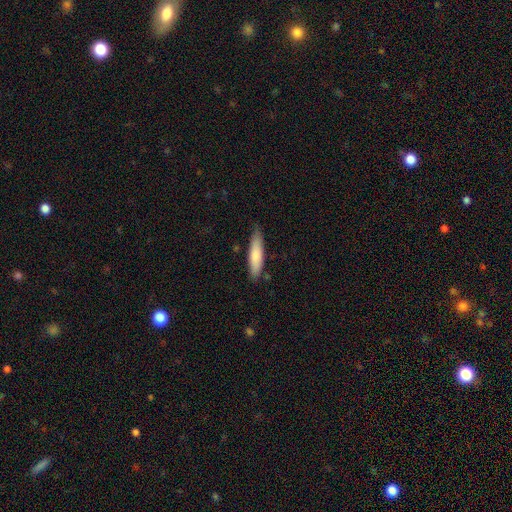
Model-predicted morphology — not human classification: A smooth galaxy with no disk features (77%) that is cigar-shaped (73%).

Vote fractions:
- Smooth or featured? smooth: 77% / featured or disk: 17% / star or artifact: 5%
- How rounded? cigar-shaped: 73% / in between: 25% / round: 1%
- Merging? none: 78% / minor disturbance: 17% / major disturbance: 3% / merger: 2%